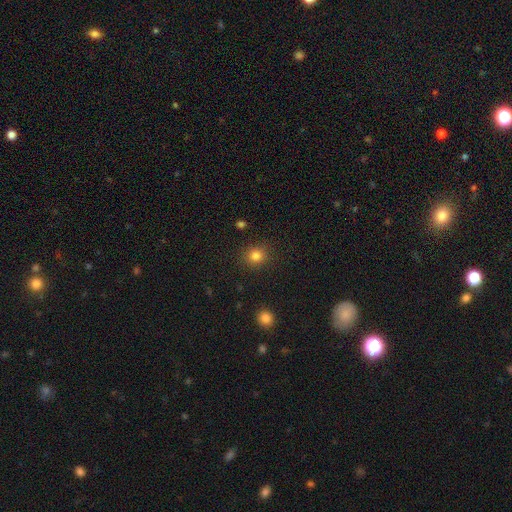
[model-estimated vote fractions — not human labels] A smooth galaxy with no disk features (83%) that is round (81%).

Vote fractions:
- Smooth or featured? smooth: 83% / star or artifact: 12% / featured or disk: 5%
- How rounded? round: 81% / in between: 18% / cigar-shaped: 1%
- Merging? none: 87% / minor disturbance: 8% / major disturbance: 3% / merger: 2%